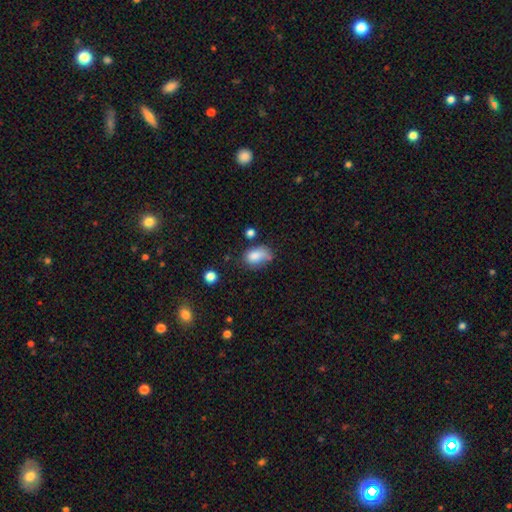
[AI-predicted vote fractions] The model was most divided on "merging": none: 46%, minor disturbance: 32%, major disturbance: 13%, merger: 10%. More confident: how rounded — in between (85%); smooth or featured — smooth (81%).